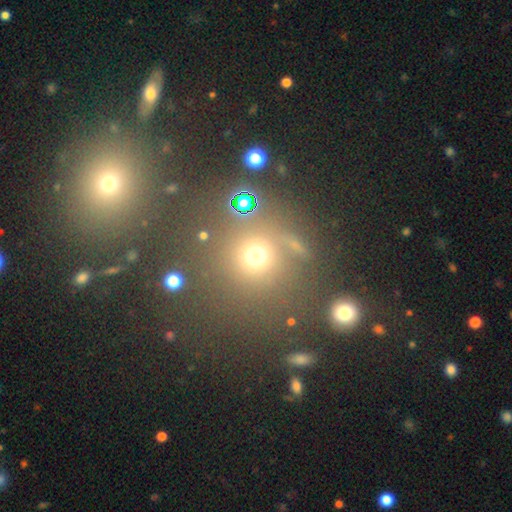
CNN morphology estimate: Smooth or featured: smooth — 65% (star or artifact — 24%)
How rounded: round — 90% (in between — 8%)
Merging: none — 69% (minor disturbance — 12%)